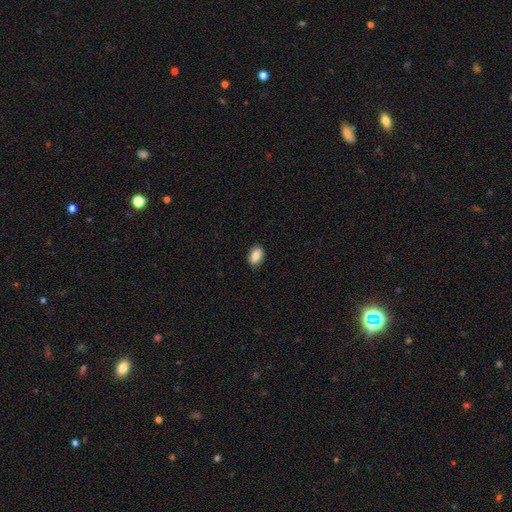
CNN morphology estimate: smooth-or-featured: smooth: 78% | featured or disk: 15% | star or artifact: 8%
  how-rounded: in between: 86% | round: 12% | cigar-shaped: 2%
  merging: none: 87% | minor disturbance: 10% | major disturbance: 2% | merger: 1%